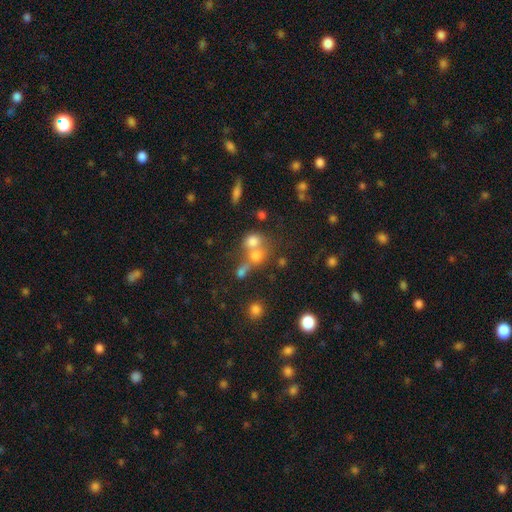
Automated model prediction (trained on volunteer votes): smooth 68%, star or artifact 17%, featured or disk 15%. Down the decision tree: how rounded — round (72%); merging — merger (53%).